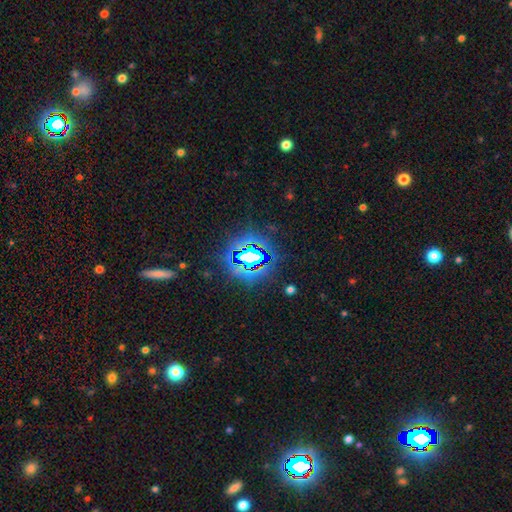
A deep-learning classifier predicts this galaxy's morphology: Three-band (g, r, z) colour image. It shows a star or artifact, not a galaxy (79%).